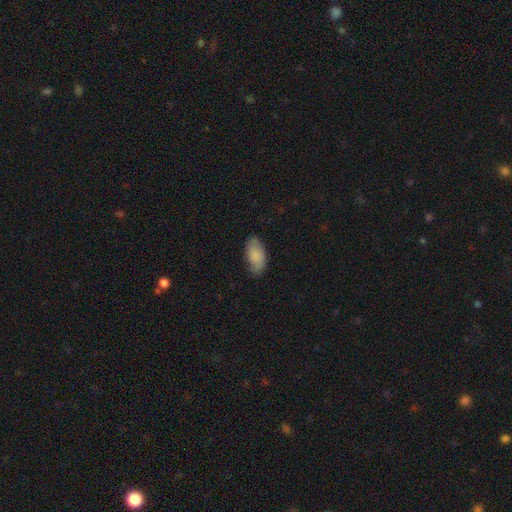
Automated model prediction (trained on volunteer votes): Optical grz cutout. It shows a smooth galaxy with no disk features (81%) that is in between round and cigar-shaped (94%). Merging: none (75%).